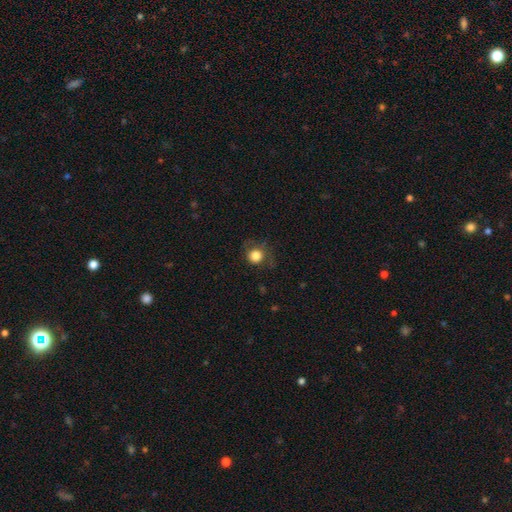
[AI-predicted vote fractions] This appears to be a smooth galaxy with no disk features (80%) that is round (90%). Merging: none (66%).